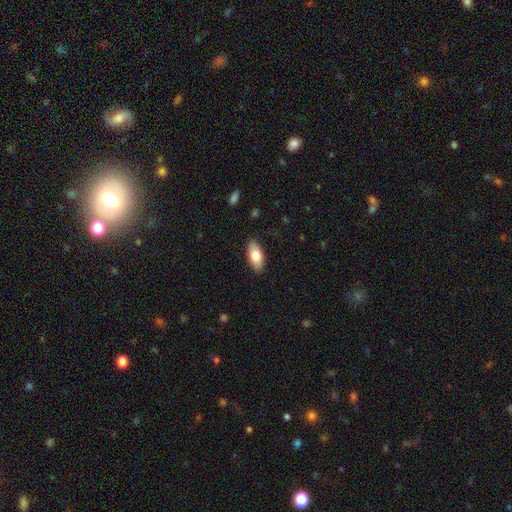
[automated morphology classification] Smooth or featured? smooth (79%)
How rounded? in between (88%)
Merging? none (88%)